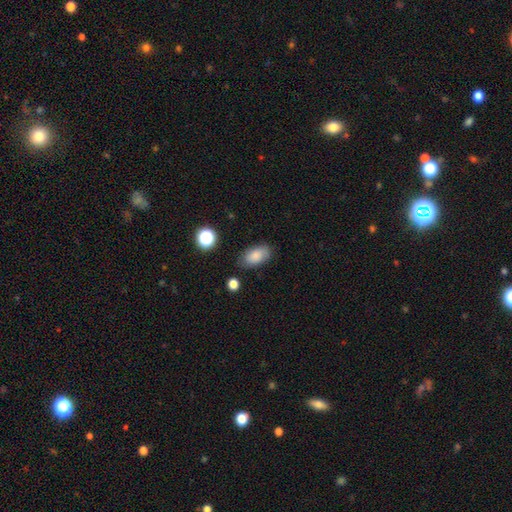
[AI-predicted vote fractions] Q: Smooth or featured?
A: smooth (82%); runner-up: featured or disk (9%)
Q: How rounded?
A: in between (92%); runner-up: round (5%)
Q: Merging?
A: none (79%); runner-up: minor disturbance (16%)